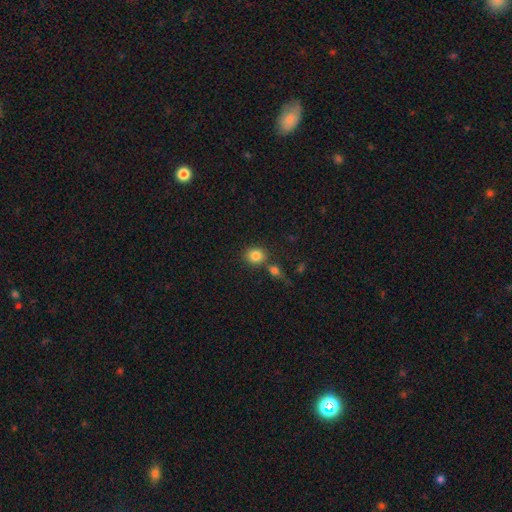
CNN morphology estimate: smooth-or-featured: smooth: 84% | star or artifact: 10% | featured or disk: 6%
  how-rounded: round: 71% | in between: 28% | cigar-shaped: 1%
  merging: none: 65% | merger: 21% | minor disturbance: 11% | major disturbance: 4%